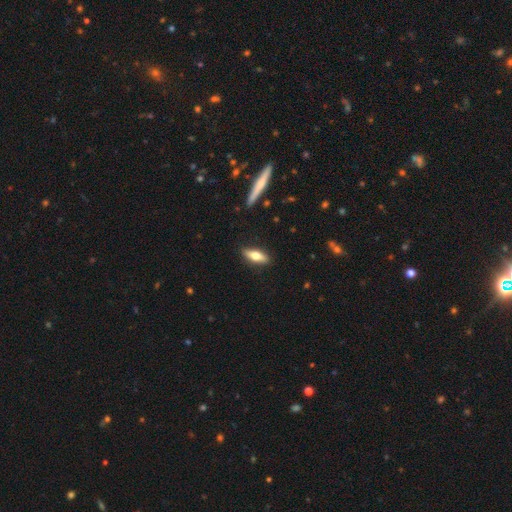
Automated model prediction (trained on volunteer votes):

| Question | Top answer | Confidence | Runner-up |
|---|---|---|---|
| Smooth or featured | smooth | 61% | featured or disk (33%) |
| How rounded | in between | 58% | cigar-shaped (39%) |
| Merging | none | 88% | minor disturbance (9%) |